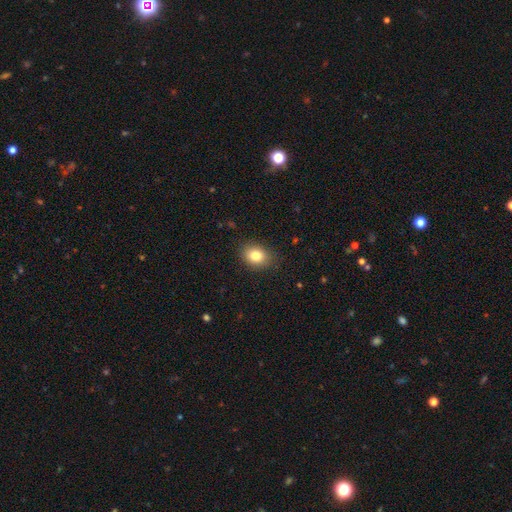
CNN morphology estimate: Smooth or featured?
  - smooth: 82% *
  - star or artifact: 10%
  - featured or disk: 8%
How rounded?
  - in between: 60% *
  - round: 39%
  - cigar-shaped: 1%
Merging?
  - none: 85% *
  - minor disturbance: 11%
  - major disturbance: 3%
  - merger: 1%